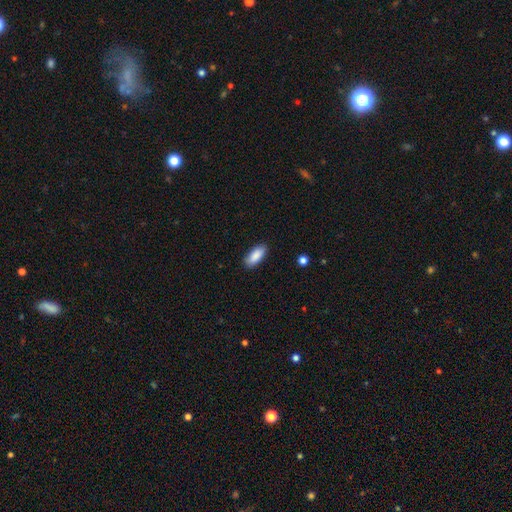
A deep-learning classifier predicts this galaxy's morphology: This appears to be a smooth galaxy with no disk features (89%) that is in between round and cigar-shaped (85%). Merging: none (87%).